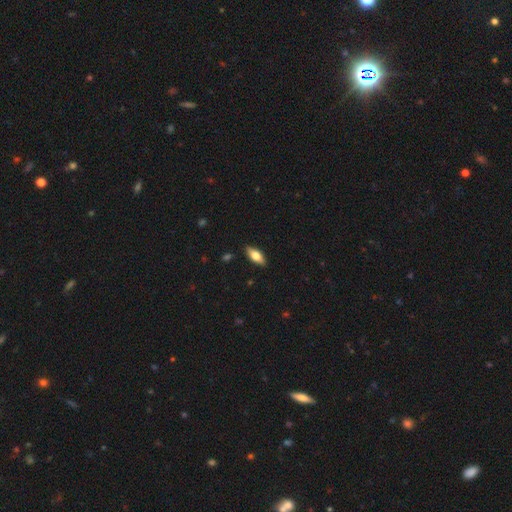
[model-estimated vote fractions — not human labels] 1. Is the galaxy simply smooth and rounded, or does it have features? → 68% smooth, 26% featured or disk, 6% star or artifact.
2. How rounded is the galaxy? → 80% in between, 17% cigar-shaped, 2% round.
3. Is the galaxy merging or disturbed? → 88% none, 9% minor disturbance, 2% major disturbance, 1% merger.